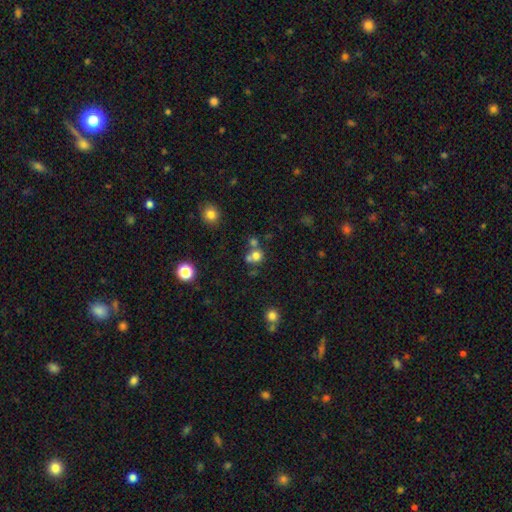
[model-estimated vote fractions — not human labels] smooth 73%, star or artifact 15%, featured or disk 12%. Down the decision tree: how rounded — round (82%); merging — none (44%, tied with merger).